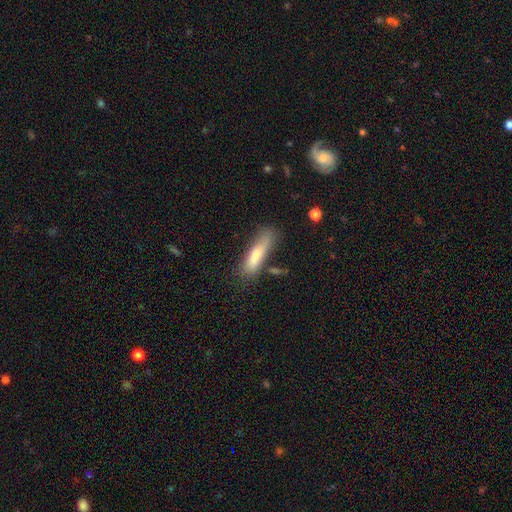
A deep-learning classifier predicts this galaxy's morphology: smooth 76%, featured or disk 17%, star or artifact 7%. Down the decision tree: how rounded — cigar-shaped (69%); merging — none (49%).